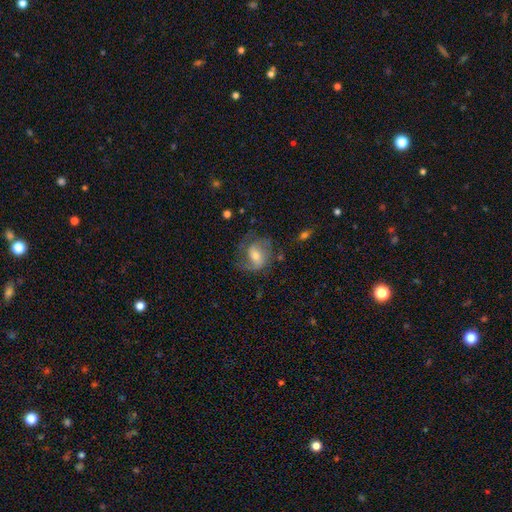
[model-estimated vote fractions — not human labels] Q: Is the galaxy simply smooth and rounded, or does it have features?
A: featured or disk — 61%.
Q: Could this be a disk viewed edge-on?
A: no — 96%.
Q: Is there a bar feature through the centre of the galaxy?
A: weak — 46%.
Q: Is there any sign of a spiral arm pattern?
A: yes — 84%.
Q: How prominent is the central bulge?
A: moderate — 56%.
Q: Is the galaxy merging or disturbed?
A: none — 55%.